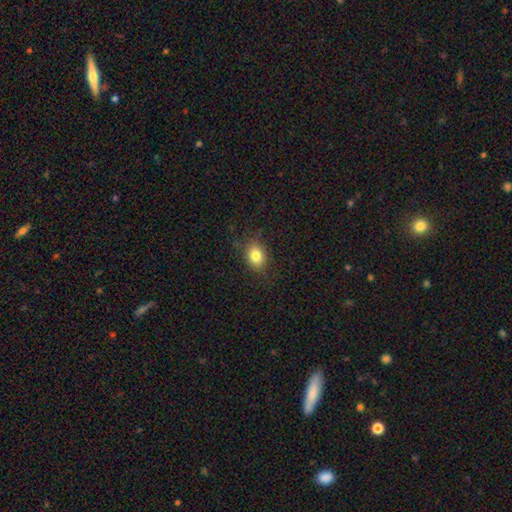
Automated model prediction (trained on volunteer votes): Smooth or featured? Predicted: smooth (p=0.81). How rounded? Predicted: in between (p=0.56). Merging? Predicted: none (p=0.79).